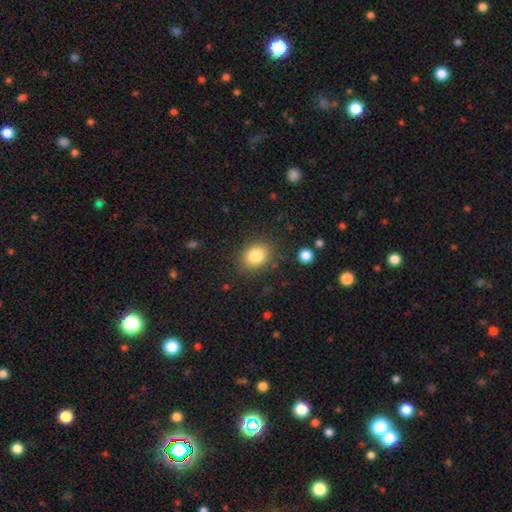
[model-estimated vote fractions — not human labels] A smooth galaxy with no disk features (82%) that is round (55%).

Vote fractions:
- Smooth or featured? smooth: 82% / star or artifact: 10% / featured or disk: 8%
- How rounded? round: 55% / in between: 44% / cigar-shaped: 1%
- Merging? none: 84% / minor disturbance: 11% / major disturbance: 4% / merger: 2%